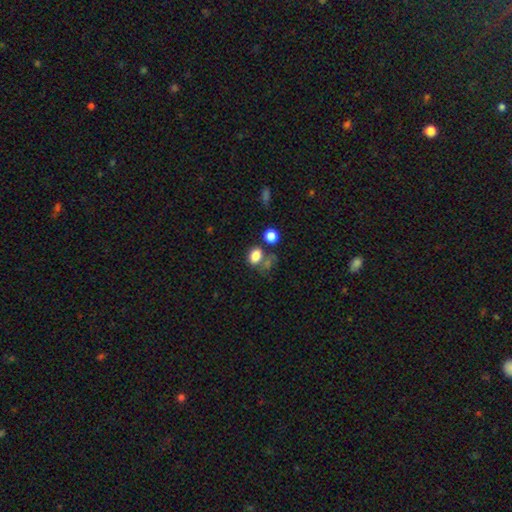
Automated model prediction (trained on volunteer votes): A smooth galaxy with no disk features (81%) that is in between round and cigar-shaped (73%).

Vote fractions:
- Smooth or featured? smooth: 81% / star or artifact: 11% / featured or disk: 8%
- How rounded? in between: 73% / round: 26% / cigar-shaped: 1%
- Merging? none: 46% / merger: 26% / minor disturbance: 17% / major disturbance: 11%